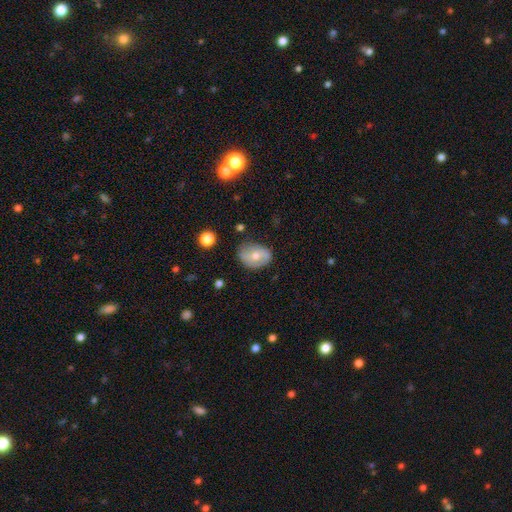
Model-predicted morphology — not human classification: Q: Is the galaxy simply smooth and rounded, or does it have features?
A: smooth — 62%.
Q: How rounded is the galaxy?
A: in between — 70%.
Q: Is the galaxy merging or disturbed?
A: none — 68%.